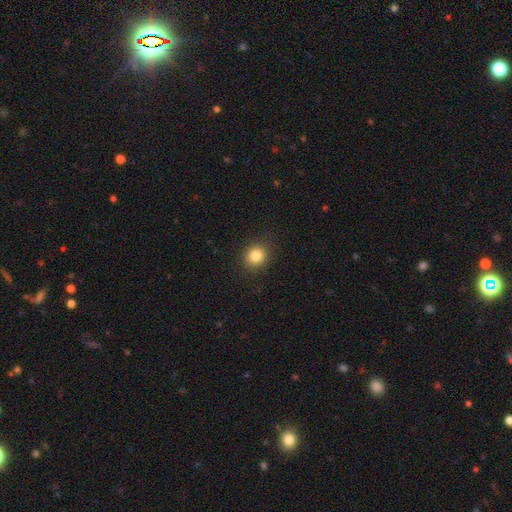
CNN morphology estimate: type=smooth (84%); roundness=round (80%); merging=none (88%).